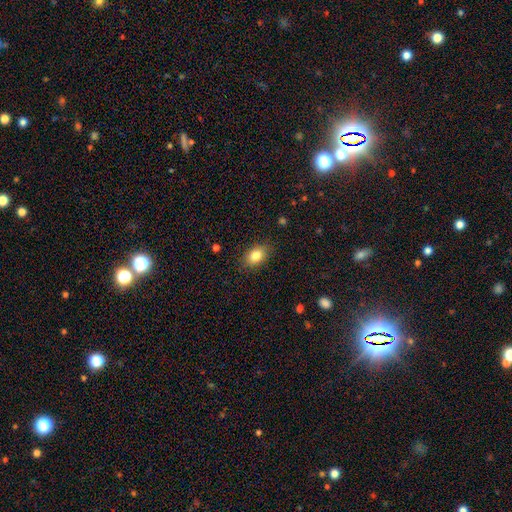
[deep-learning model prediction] Smooth or featured: smooth — 83% (star or artifact — 9%)
How rounded: in between — 82% (round — 16%)
Merging: none — 86% (minor disturbance — 10%)